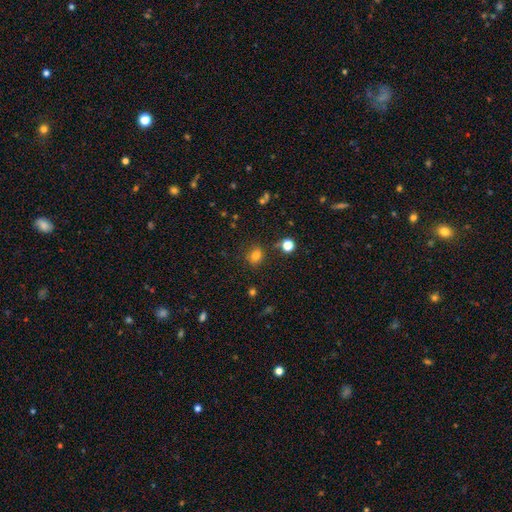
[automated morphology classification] The model was most divided on "how rounded": round: 55%, in between: 44%, cigar-shaped: 1%. More confident: merging — none (78%); smooth or featured — smooth (78%).